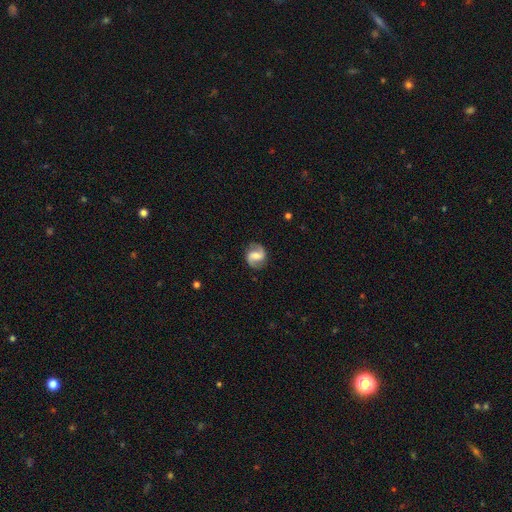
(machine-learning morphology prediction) Q: Smooth or featured?
A: featured or disk (86%); runner-up: smooth (9%)
Q: Edge-on disk?
A: no (98%); runner-up: yes (2%)
Q: Bar?
A: weak (48%); runner-up: strong (26%)
Q: Spiral arms?
A: yes (97%); runner-up: no (3%)
Q: Spiral winding?
A: medium (52%); runner-up: loose (31%)
Q: Spiral arm count?
A: 2 (94%); runner-up: can't tell (2%)
Q: Bulge size?
A: moderate (42%); runner-up: small (28%)
Q: Merging?
A: none (85%); runner-up: minor disturbance (10%)